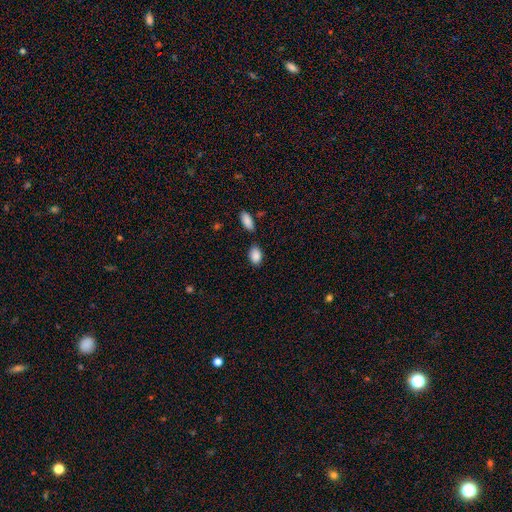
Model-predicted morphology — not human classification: A smooth galaxy with no disk features (89%) that is in between round and cigar-shaped (89%).

Vote fractions:
- Smooth or featured? smooth: 89% / star or artifact: 7% / featured or disk: 4%
- How rounded? in between: 89% / round: 9% / cigar-shaped: 2%
- Merging? none: 69% / minor disturbance: 19% / merger: 8% / major disturbance: 4%